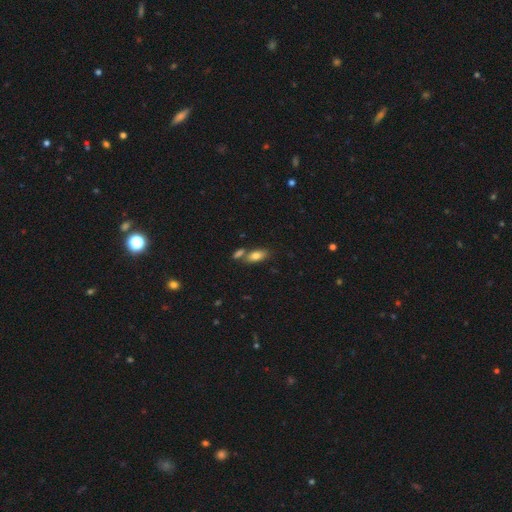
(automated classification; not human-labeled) Smooth or featured? smooth (80%)
How rounded? in between (86%)
Merging? none (58%)